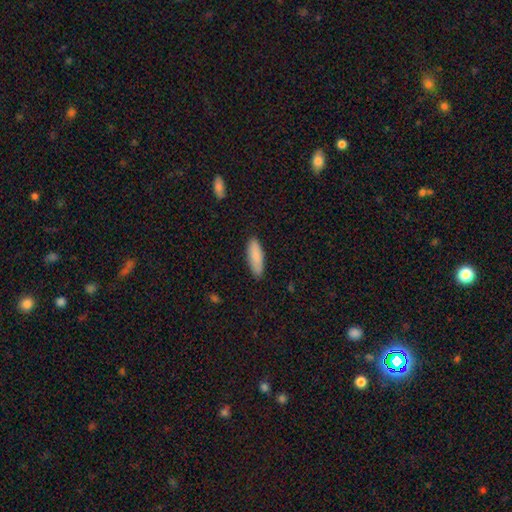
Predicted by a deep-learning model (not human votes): A smooth galaxy with no disk features (88%) that is in between round and cigar-shaped (50%). Merging: none (87%).